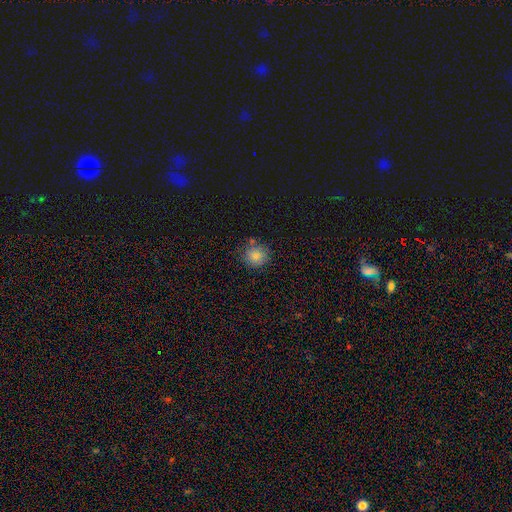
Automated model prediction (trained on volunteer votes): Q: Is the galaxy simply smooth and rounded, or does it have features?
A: smooth — 82%.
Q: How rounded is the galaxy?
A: round — 89%.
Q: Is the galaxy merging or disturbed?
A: none — 79%.